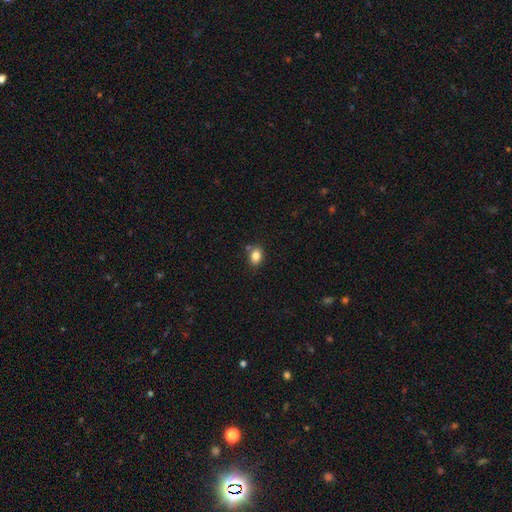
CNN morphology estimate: type=smooth (84%); roundness=in between (74%); merging=none (75%).